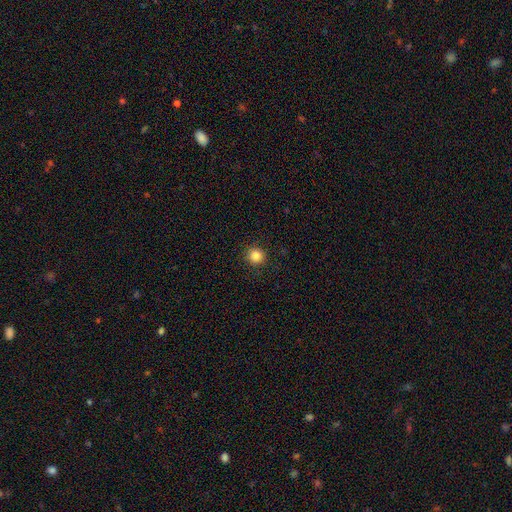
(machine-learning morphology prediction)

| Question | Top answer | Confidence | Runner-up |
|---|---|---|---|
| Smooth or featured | smooth | 84% | star or artifact (11%) |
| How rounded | round | 94% | in between (6%) |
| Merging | none | 91% | minor disturbance (6%) |